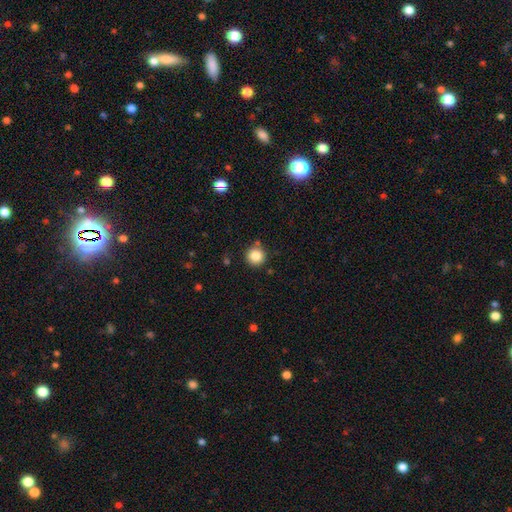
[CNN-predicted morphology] smooth_or_featured: smooth (p=0.84) [alt: star or artifact p=0.11]
how_rounded: round (p=0.95) [alt: in between p=0.04]
merging: none (p=0.84) [alt: minor disturbance p=0.09]